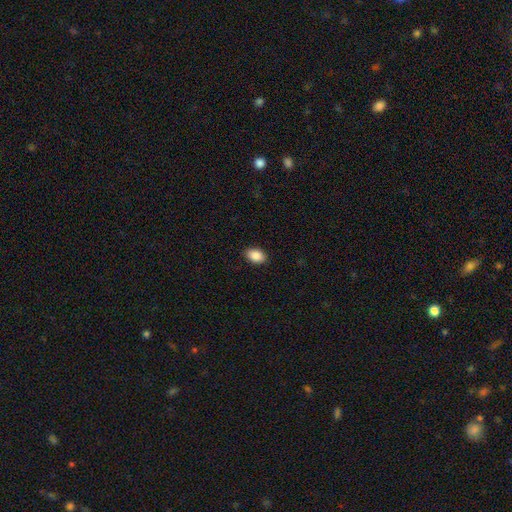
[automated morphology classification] Smooth or featured: smooth — 89% (star or artifact — 7%)
How rounded: in between — 84% (round — 15%)
Merging: none — 88% (minor disturbance — 9%)